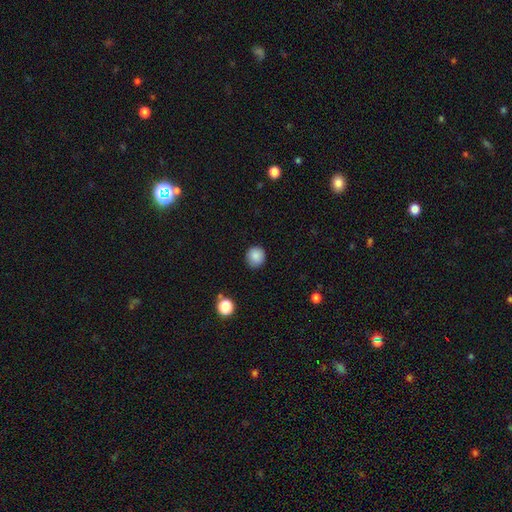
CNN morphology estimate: This is clearly a smooth galaxy (86%). How rounded: clearly round (89%). Merging: clearly none (87%).